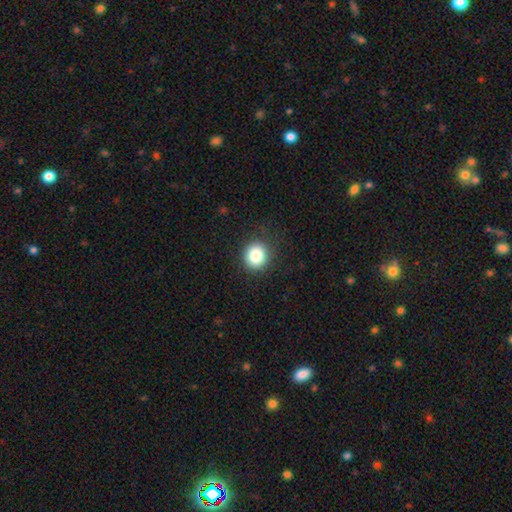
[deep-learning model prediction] Overall: smooth (84%). How rounded: round (88%). Merging: none (89%).